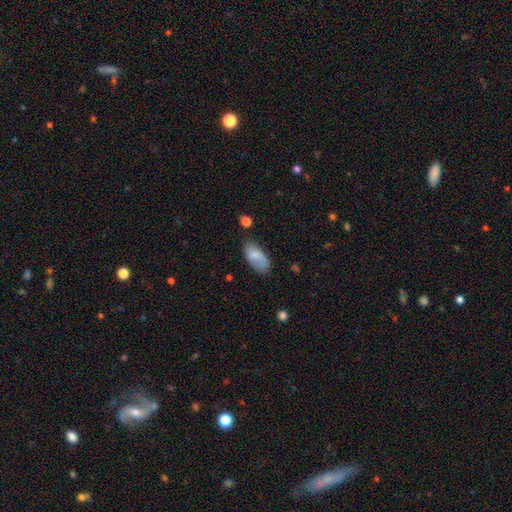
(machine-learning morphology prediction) Smooth or featured: smooth — 77% (featured or disk — 15%)
How rounded: in between — 92% (cigar-shaped — 5%)
Merging: none — 59% (minor disturbance — 27%)